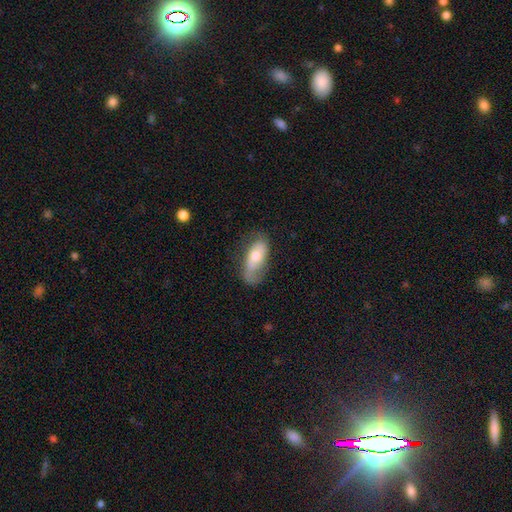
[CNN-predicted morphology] The model was most divided on "smooth or featured": smooth: 51%, featured or disk: 42%, star or artifact: 7%. Remaining: how rounded — in between (81%); merging — none (49%).